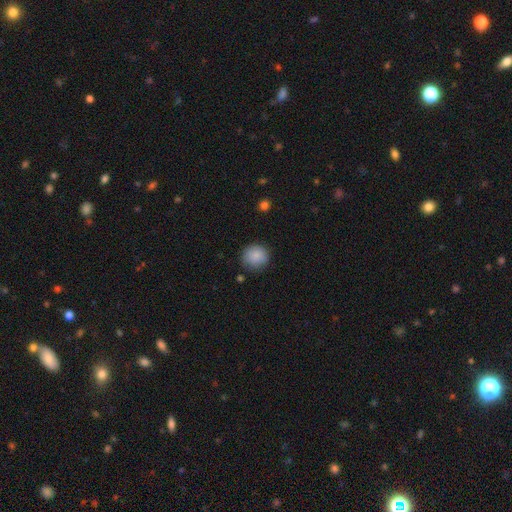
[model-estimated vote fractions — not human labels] The model was most divided on "merging": none: 81%, minor disturbance: 14%, major disturbance: 3%, merger: 2%. More confident: how rounded — round (90%); smooth or featured — smooth (87%).